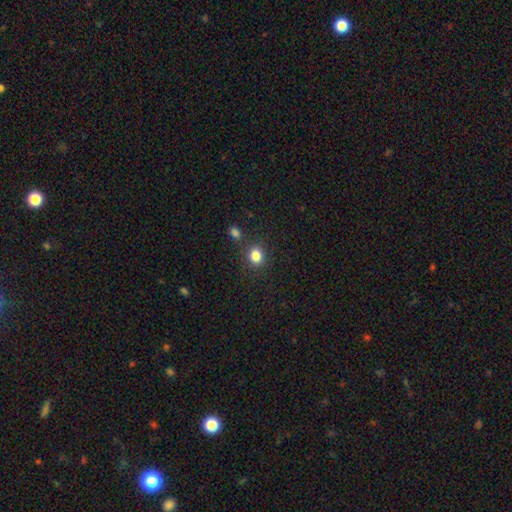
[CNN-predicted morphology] A smooth galaxy with no disk features (84%) that is round (61%).

Vote fractions:
- Smooth or featured? smooth: 84% / star or artifact: 11% / featured or disk: 5%
- How rounded? round: 61% / in between: 38% / cigar-shaped: 1%
- Merging? none: 80% / minor disturbance: 10% / merger: 7% / major disturbance: 3%